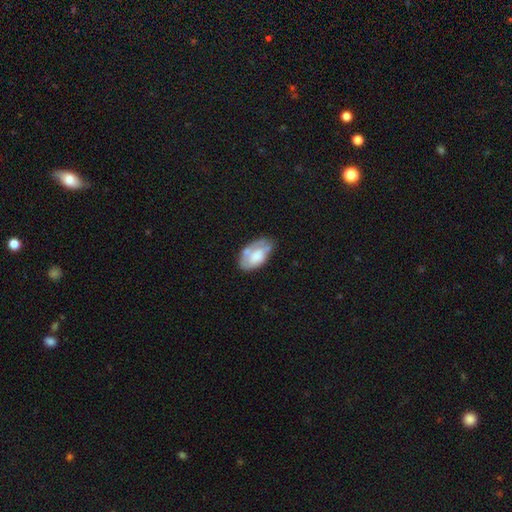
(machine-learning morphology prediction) The model was most divided on "smooth or featured": smooth: 53%, featured or disk: 39%, star or artifact: 7%. Remaining: how rounded — in between (93%); merging — none (46%).